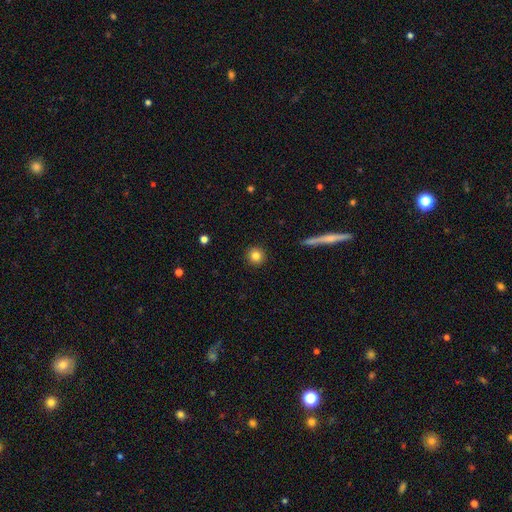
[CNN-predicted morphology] This appears to be a smooth galaxy with no disk features (83%) that is round (95%). Merging: none (93%).